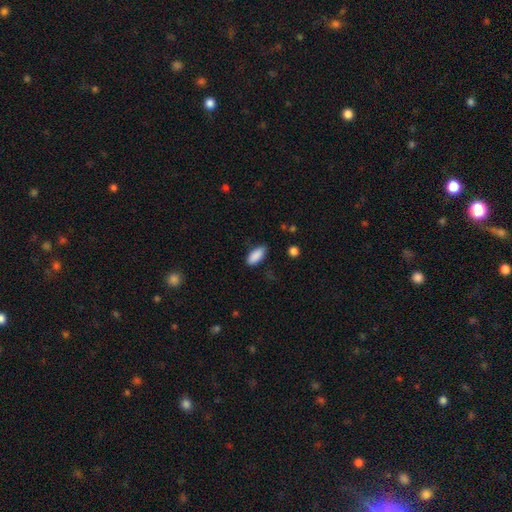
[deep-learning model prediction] smooth-or-featured: smooth: 89% | star or artifact: 7% | featured or disk: 4%
  how-rounded: in between: 87% | cigar-shaped: 11% | round: 2%
  merging: none: 79% | minor disturbance: 16% | major disturbance: 3% | merger: 1%